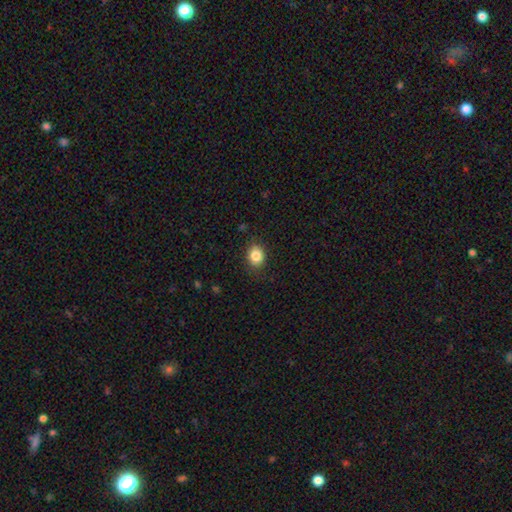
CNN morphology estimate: type=smooth (85%); roundness=round (51%); merging=none (85%).